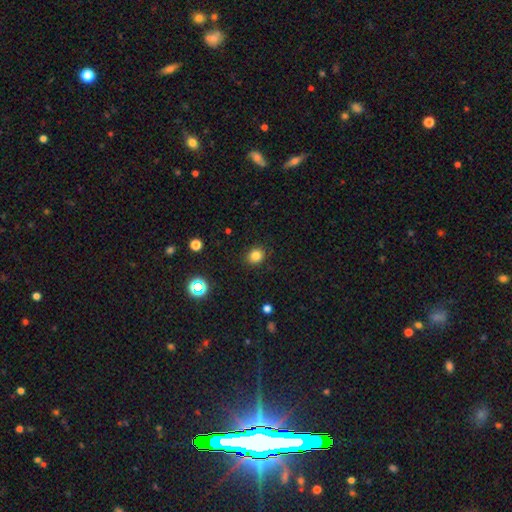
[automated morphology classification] The model was most divided on "how rounded": round: 76%, in between: 24%, cigar-shaped: 1%. More confident: merging — none (89%); smooth or featured — smooth (82%).